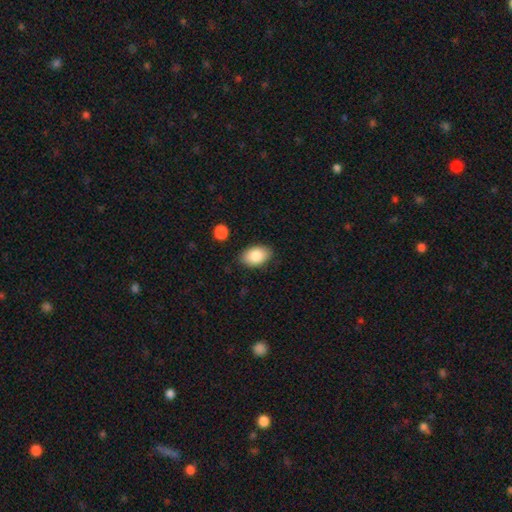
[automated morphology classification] Smooth or featured: smooth — 86% (featured or disk — 7%)
How rounded: in between — 90% (round — 9%)
Merging: none — 84% (minor disturbance — 11%)